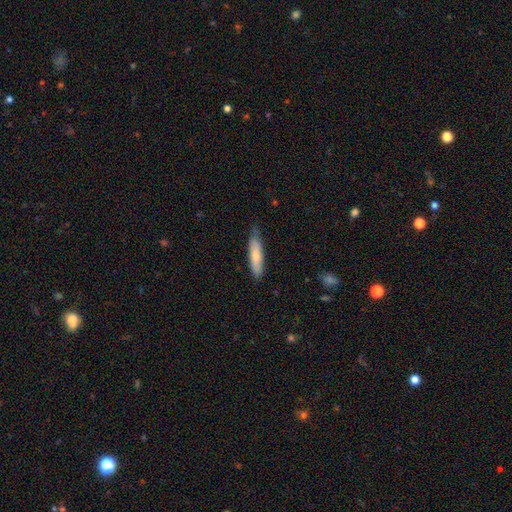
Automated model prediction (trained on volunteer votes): Overall: smooth (73%). How rounded: cigar-shaped (73%). Merging: none (74%).